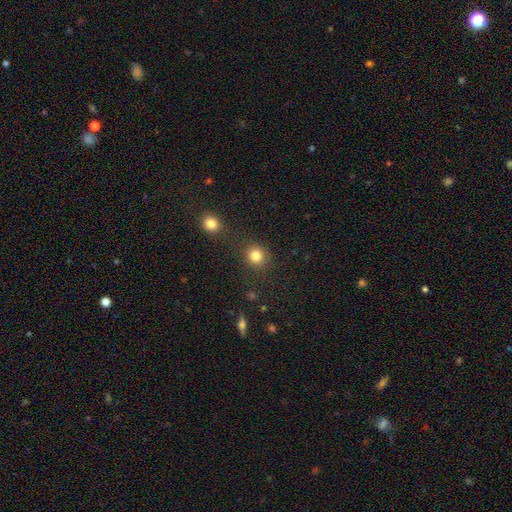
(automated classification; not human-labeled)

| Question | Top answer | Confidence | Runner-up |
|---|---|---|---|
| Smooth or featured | smooth | 83% | star or artifact (12%) |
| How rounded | round | 89% | in between (10%) |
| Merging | none | 84% | minor disturbance (7%) |